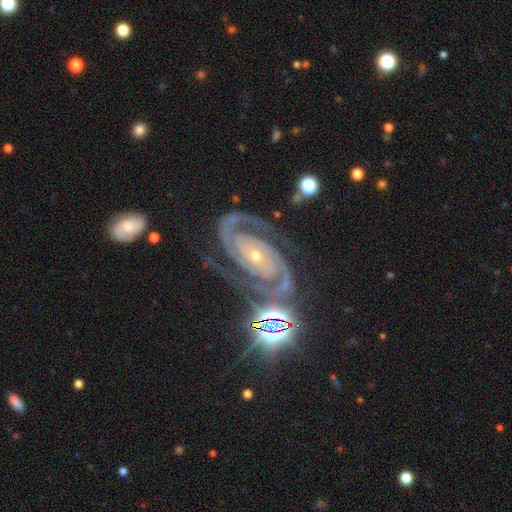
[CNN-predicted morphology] Smooth or featured?
  - featured or disk: 91% *
  - star or artifact: 7%
  - smooth: 2%
Edge-on disk?
  - no: 97% *
  - yes: 3%
Bar?
  - no: 61% *
  - weak: 20%
  - strong: 19%
Spiral arms?
  - yes: 99% *
  - no: 1%
Spiral winding?
  - tight: 65% *
  - medium: 31%
  - loose: 4%
Spiral arm count?
  - 2: 86% *
  - 3: 6%
  - can't tell: 3%
  - 4: 2%
  - 1: 2%
  - more than 4: 2%
Bulge size?
  - small: 72% *
  - moderate: 25%
  - large: 1%
  - none: 1%
  - dominant: 1%
Merging?
  - none: 74% *
  - minor disturbance: 16%
  - major disturbance: 7%
  - merger: 3%